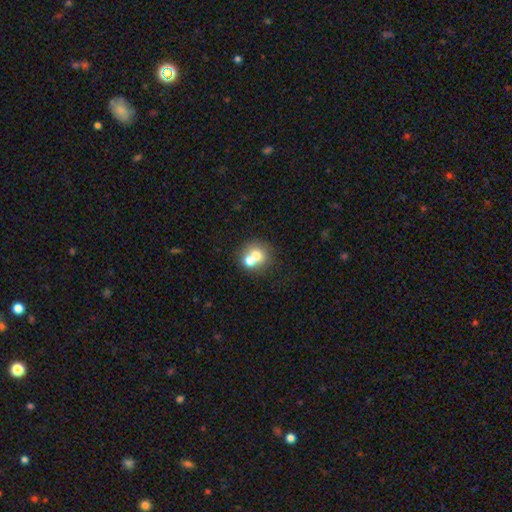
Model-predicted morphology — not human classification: smooth_or_featured: smooth (p=0.67) [alt: featured or disk p=0.22]
how_rounded: round (p=0.80) [alt: in between p=0.19]
merging: merger (p=0.53) [alt: none p=0.37]